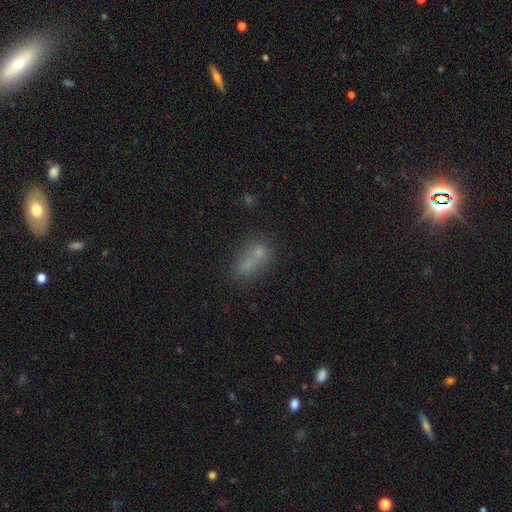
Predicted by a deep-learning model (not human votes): The model was most divided on "merging": merger: 54%, none: 32%, minor disturbance: 9%, major disturbance: 5%. More confident: smooth or featured — smooth (65%); how rounded — in between (58%).